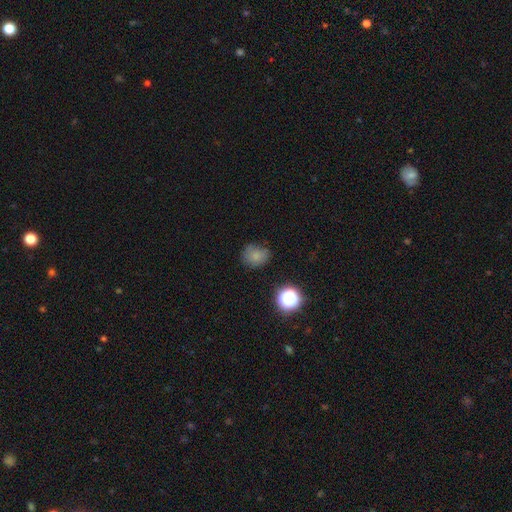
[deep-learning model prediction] The model was most divided on "how rounded": round: 64%, in between: 35%, cigar-shaped: 1%. More confident: smooth or featured — smooth (76%); merging — none (66%).